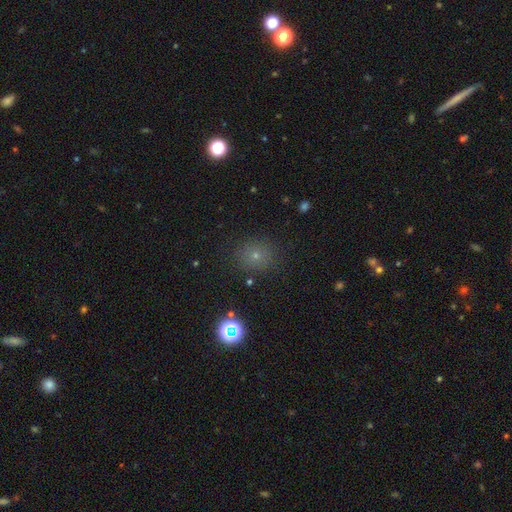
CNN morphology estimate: Smooth or featured? Predicted: smooth (p=0.65). How rounded? Predicted: round (p=0.84). Merging? Predicted: none (p=0.86).